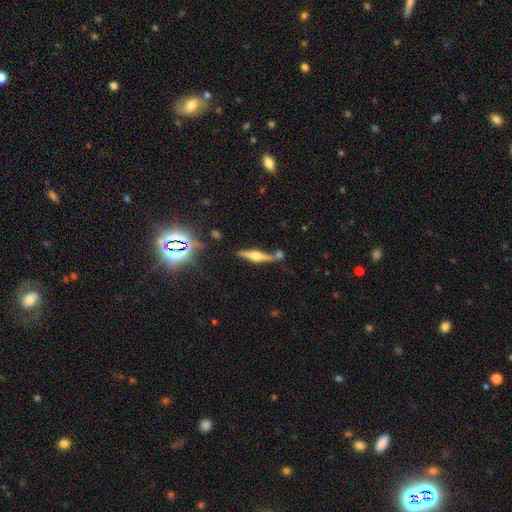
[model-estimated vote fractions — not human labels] The model was most divided on "smooth or featured": featured or disk: 71%, smooth: 20%, star or artifact: 9%. More confident: edge-on disk — yes (96%); edge-on bulge — rounded (88%); merging — none (71%).